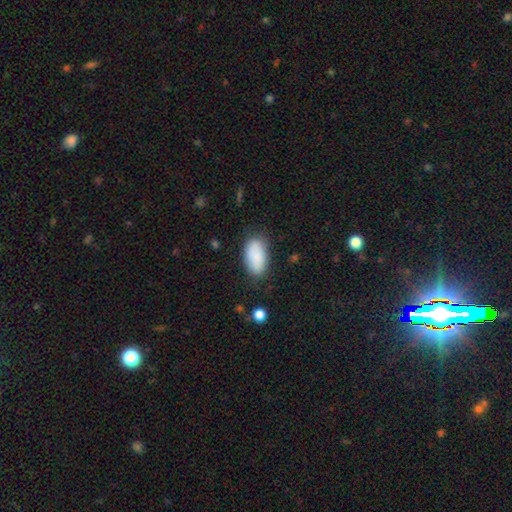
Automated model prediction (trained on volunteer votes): smooth_or_featured: smooth (p=0.87) [alt: featured or disk p=0.07]
how_rounded: in between (p=0.94) [alt: round p=0.03]
merging: none (p=0.78) [alt: minor disturbance p=0.16]